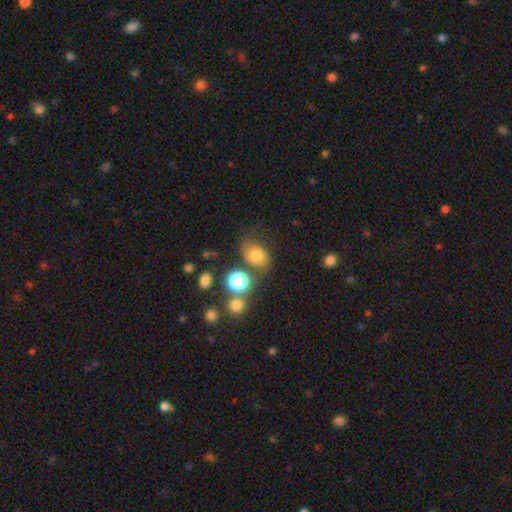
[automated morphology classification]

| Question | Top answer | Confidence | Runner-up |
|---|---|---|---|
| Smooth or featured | smooth | 67% | featured or disk (18%) |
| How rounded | in between | 57% | round (42%) |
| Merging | none | 56% | minor disturbance (23%) |